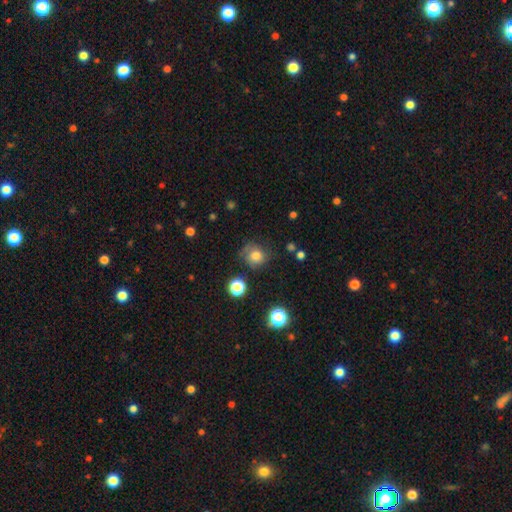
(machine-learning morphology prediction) This is likely a smooth galaxy (74%). How rounded: clearly round (81%). Merging: likely none (67%).